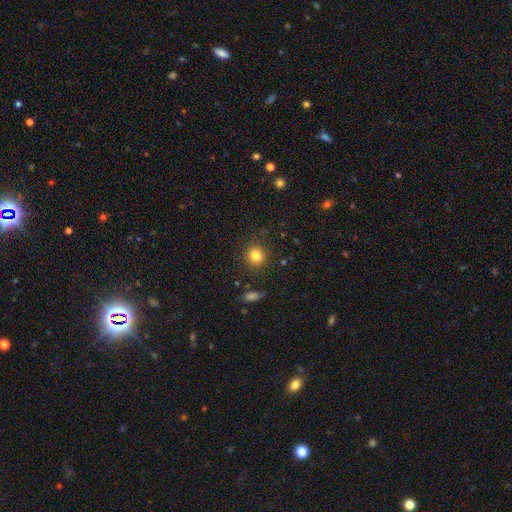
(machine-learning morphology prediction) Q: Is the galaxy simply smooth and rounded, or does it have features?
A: smooth — 82%.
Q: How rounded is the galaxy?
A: round — 89%.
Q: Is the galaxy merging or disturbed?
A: none — 88%.